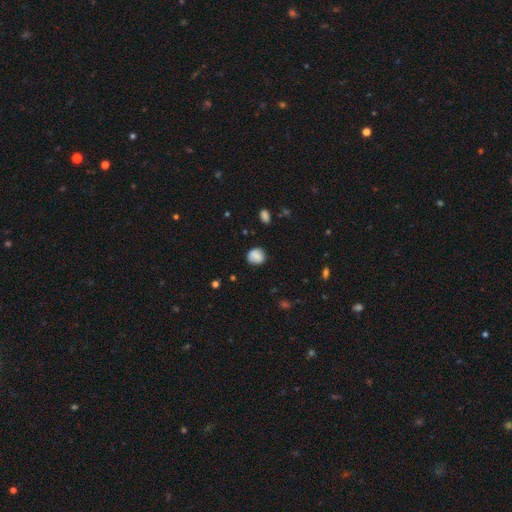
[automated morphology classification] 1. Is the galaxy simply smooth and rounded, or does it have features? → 82% smooth, 9% featured or disk, 9% star or artifact.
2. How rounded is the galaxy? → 77% round, 22% in between, 1% cigar-shaped.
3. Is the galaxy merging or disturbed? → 76% none, 18% minor disturbance, 4% major disturbance, 2% merger.